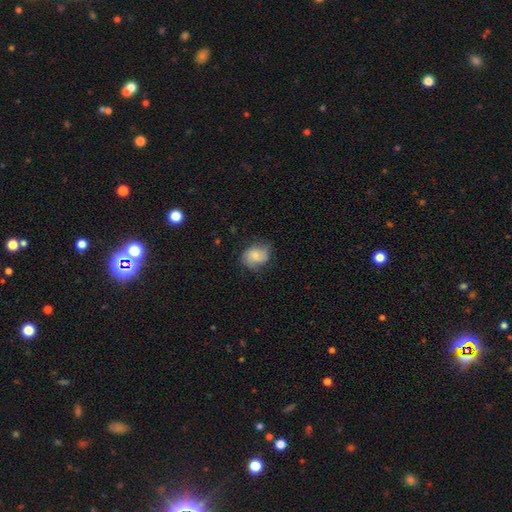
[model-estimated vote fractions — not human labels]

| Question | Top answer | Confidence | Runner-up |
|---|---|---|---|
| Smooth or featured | smooth | 68% | featured or disk (24%) |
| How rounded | in between | 56% | round (43%) |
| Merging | none | 59% | minor disturbance (30%) |